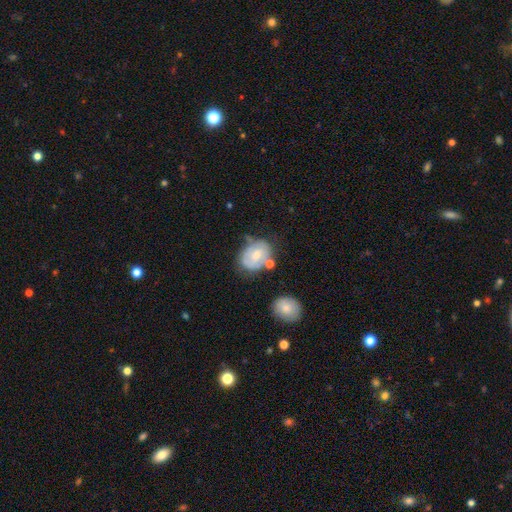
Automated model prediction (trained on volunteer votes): Smooth or featured? Predicted: smooth (p=0.50). Merging? Predicted: none (p=0.47).